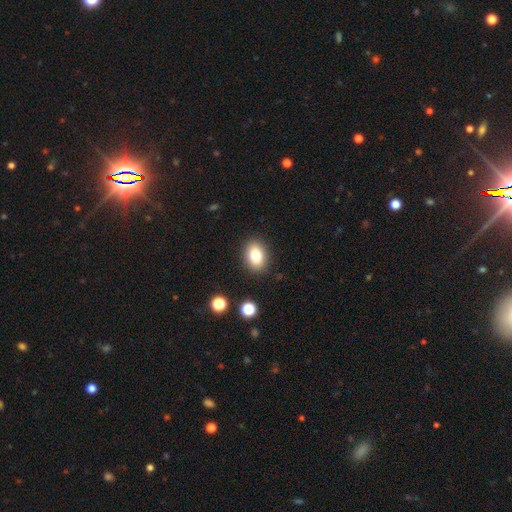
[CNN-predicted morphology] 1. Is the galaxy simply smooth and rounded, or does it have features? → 81% smooth, 10% star or artifact, 10% featured or disk.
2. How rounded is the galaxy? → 76% in between, 23% round, 1% cigar-shaped.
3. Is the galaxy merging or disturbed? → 88% none, 8% minor disturbance, 2% major disturbance, 1% merger.